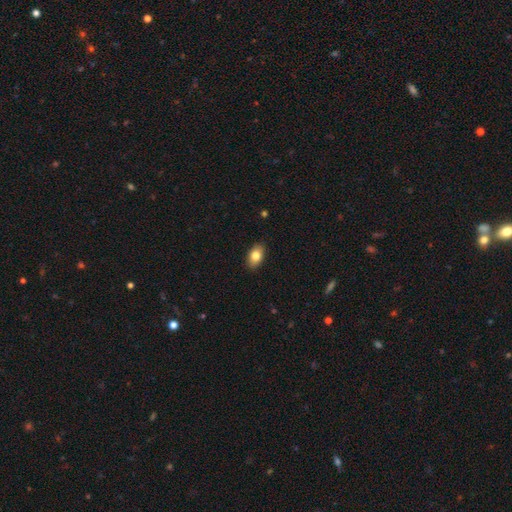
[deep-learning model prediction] Smooth or featured?
  - smooth: 81% *
  - featured or disk: 11%
  - star or artifact: 8%
How rounded?
  - in between: 88% *
  - round: 9%
  - cigar-shaped: 2%
Merging?
  - none: 89% *
  - minor disturbance: 8%
  - major disturbance: 2%
  - merger: 1%